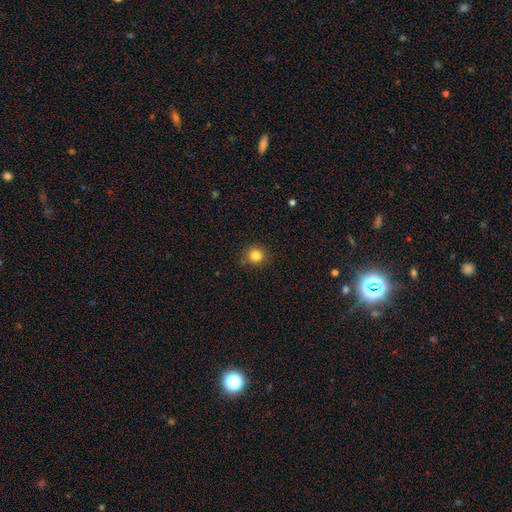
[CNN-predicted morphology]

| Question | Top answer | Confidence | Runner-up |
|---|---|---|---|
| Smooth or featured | smooth | 83% | star or artifact (12%) |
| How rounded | round | 92% | in between (7%) |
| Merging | none | 89% | minor disturbance (7%) |